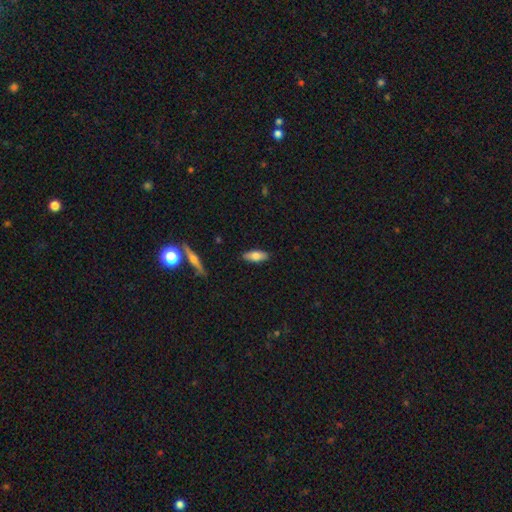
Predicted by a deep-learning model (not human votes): This appears to be a smooth galaxy with no disk features (74%) that is in between round and cigar-shaped (71%). Merging: none (88%).